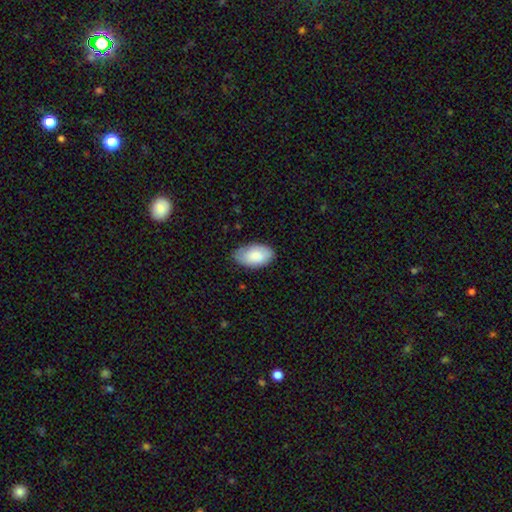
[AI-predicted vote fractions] Overall: smooth (83%). How rounded: in between (95%). Merging: none (77%).